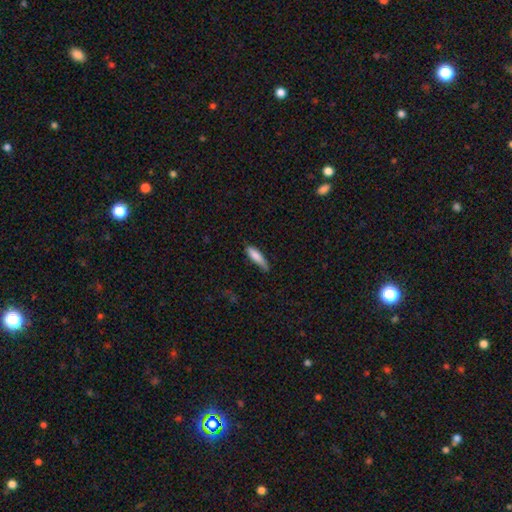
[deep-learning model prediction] This appears to be a smooth galaxy with no disk features (82%) that is cigar-shaped (66%). Merging: none (58%).